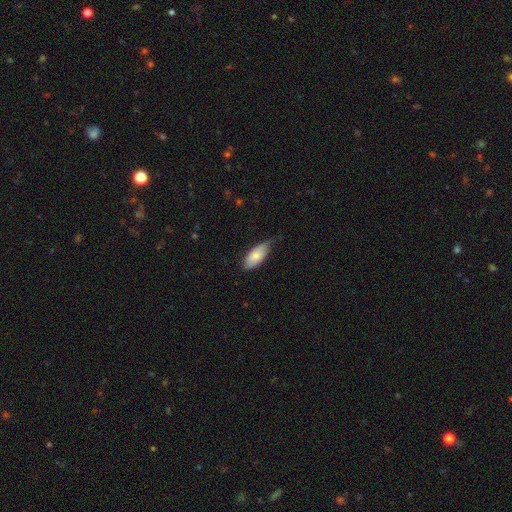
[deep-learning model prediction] Smooth or featured?
  - smooth: 76% *
  - featured or disk: 18%
  - star or artifact: 6%
How rounded?
  - in between: 87% *
  - cigar-shaped: 11%
  - round: 2%
Merging?
  - none: 54% *
  - minor disturbance: 38%
  - major disturbance: 7%
  - merger: 1%